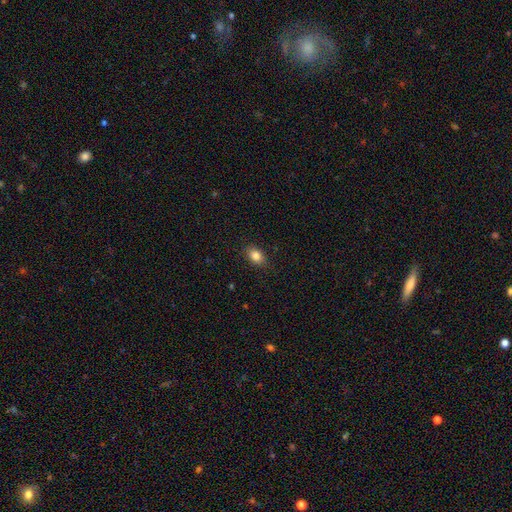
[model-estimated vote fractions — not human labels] A smooth galaxy with no disk features (85%) that is in between round and cigar-shaped (78%).

Vote fractions:
- Smooth or featured? smooth: 85% / star or artifact: 9% / featured or disk: 6%
- How rounded? in between: 78% / round: 20% / cigar-shaped: 2%
- Merging? none: 86% / minor disturbance: 10% / major disturbance: 2% / merger: 1%